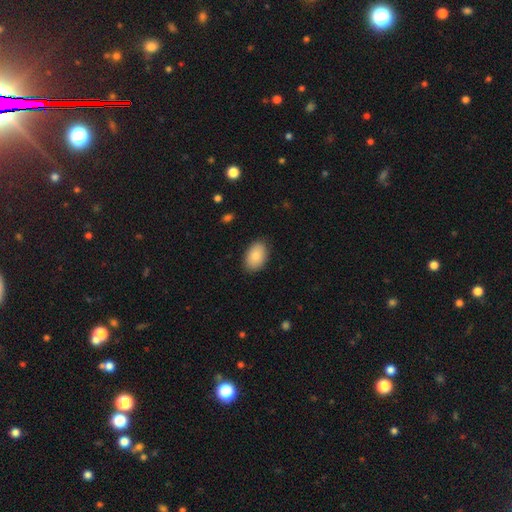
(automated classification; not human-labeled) Overall: smooth (84%). How rounded: in between (89%). Merging: none (87%).